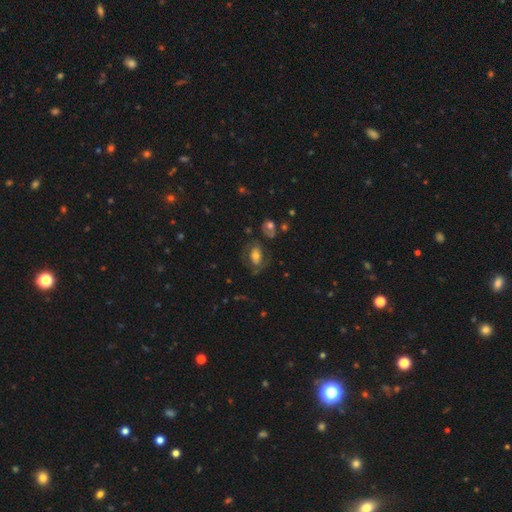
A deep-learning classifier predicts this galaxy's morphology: This is possibly a featured or disk galaxy (48%). Merging: possibly none (54%).